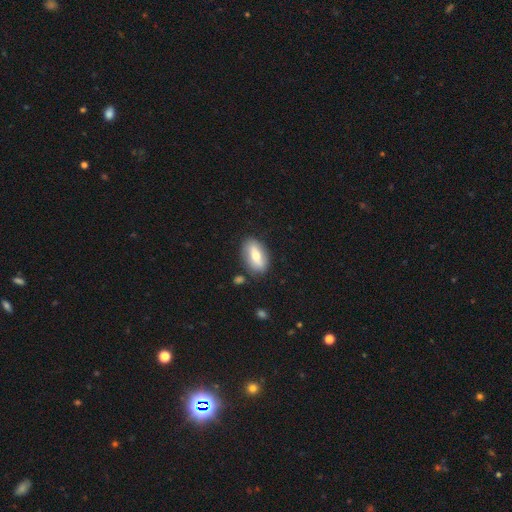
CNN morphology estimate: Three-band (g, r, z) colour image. It shows a smooth galaxy with no disk features (60%) that is in between round and cigar-shaped (88%). Merging: none (82%).